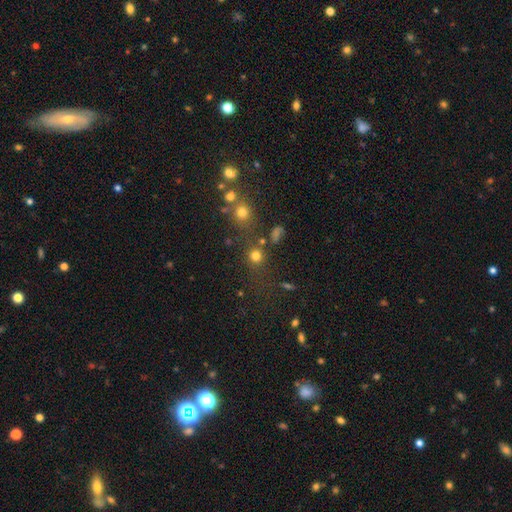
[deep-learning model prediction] Smooth or featured: smooth — 74% (star or artifact — 18%)
How rounded: round — 88% (in between — 11%)
Merging: none — 68% (merger — 15%)